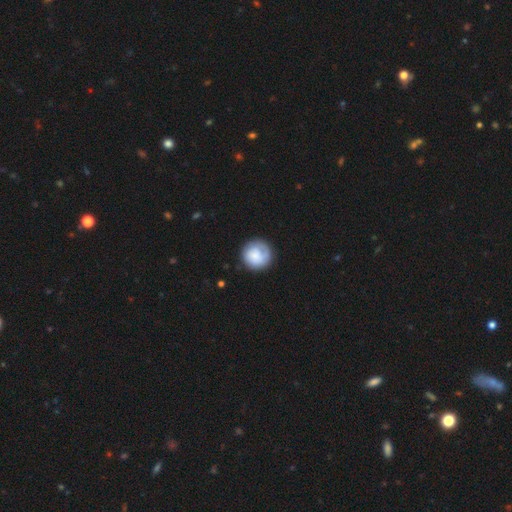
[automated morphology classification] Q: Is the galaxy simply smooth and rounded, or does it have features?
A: smooth — 71%.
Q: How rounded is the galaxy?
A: round — 94%.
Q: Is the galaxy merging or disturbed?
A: none — 78%.